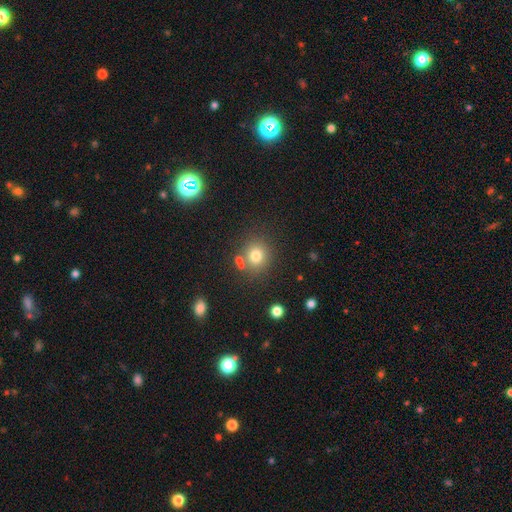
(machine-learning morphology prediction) smooth-or-featured: smooth: 77% | star or artifact: 14% | featured or disk: 9%
  how-rounded: round: 86% | in between: 13% | cigar-shaped: 1%
  merging: none: 75% | merger: 12% | minor disturbance: 10% | major disturbance: 4%